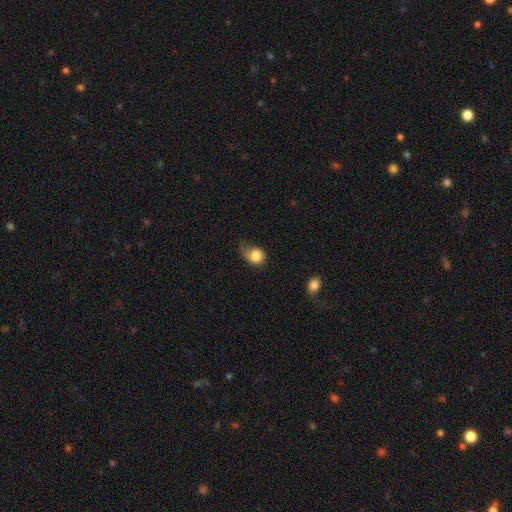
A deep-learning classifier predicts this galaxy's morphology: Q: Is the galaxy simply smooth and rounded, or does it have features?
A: smooth — 79%.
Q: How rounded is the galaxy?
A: round — 64%.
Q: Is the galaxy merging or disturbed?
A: minor disturbance — 35%.